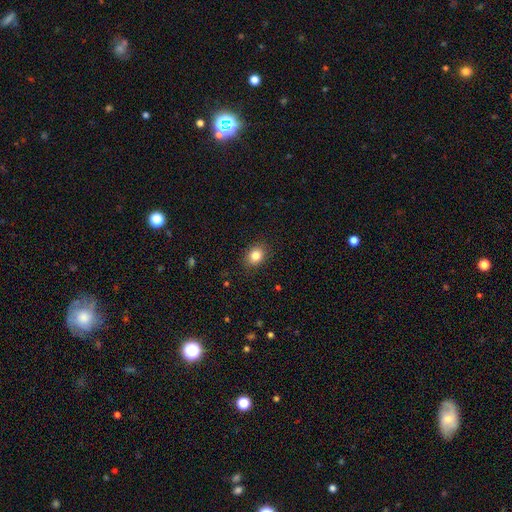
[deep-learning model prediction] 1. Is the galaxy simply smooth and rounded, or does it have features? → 84% smooth, 10% star or artifact, 6% featured or disk.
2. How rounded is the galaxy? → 50% in between, 49% round, 1% cigar-shaped.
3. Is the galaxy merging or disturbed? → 88% none, 9% minor disturbance, 2% major disturbance, 1% merger.